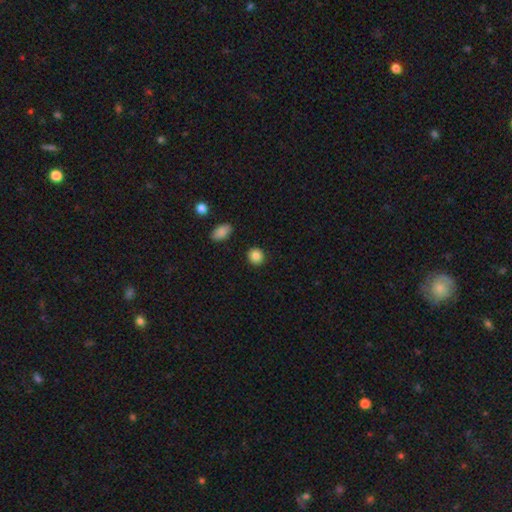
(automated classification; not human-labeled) Smooth or featured? Predicted: smooth (p=0.86). How rounded? Predicted: round (p=0.88). Merging? Predicted: none (p=0.90).